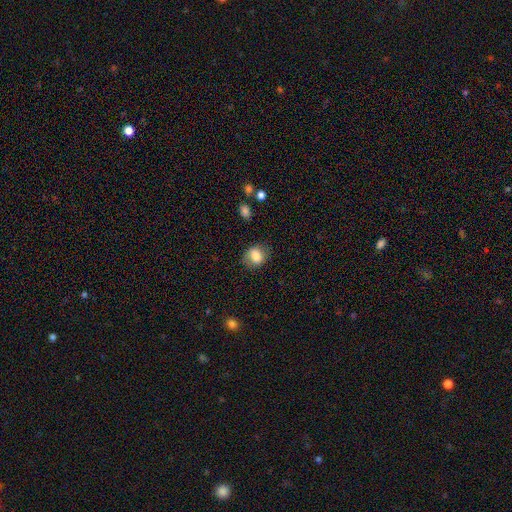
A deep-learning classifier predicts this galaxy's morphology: Smooth or featured: smooth — 81% (featured or disk — 11%)
How rounded: round — 53% (in between — 46%)
Merging: none — 79% (minor disturbance — 15%)